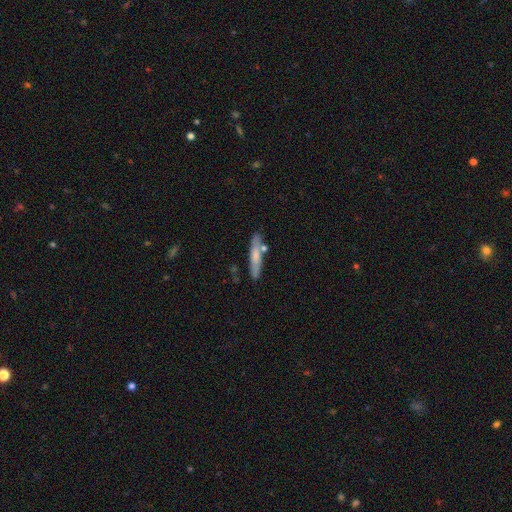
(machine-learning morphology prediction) Smooth or featured? Predicted: smooth (p=0.67). How rounded? Predicted: cigar-shaped (p=0.88). Merging? Predicted: none (p=0.76).